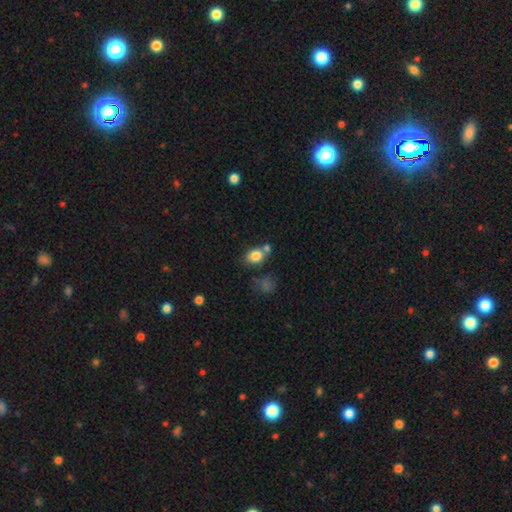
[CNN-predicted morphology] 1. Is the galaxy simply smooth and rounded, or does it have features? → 81% smooth, 10% star or artifact, 9% featured or disk.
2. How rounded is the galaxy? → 63% in between, 36% round, 1% cigar-shaped.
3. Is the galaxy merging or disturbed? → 55% none, 24% merger, 15% minor disturbance, 5% major disturbance.